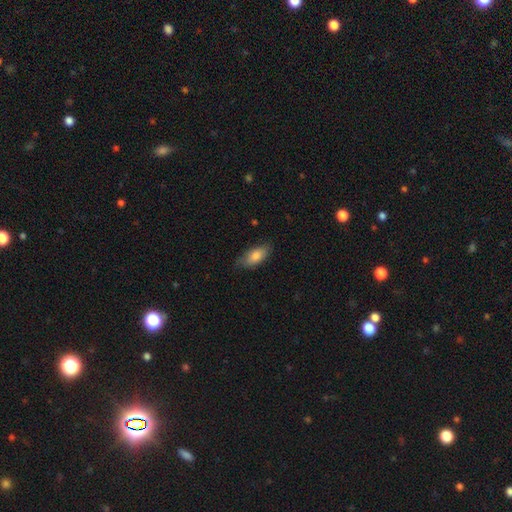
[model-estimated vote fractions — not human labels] Overall: smooth (81%). How rounded: in between (86%). Merging: none (74%).